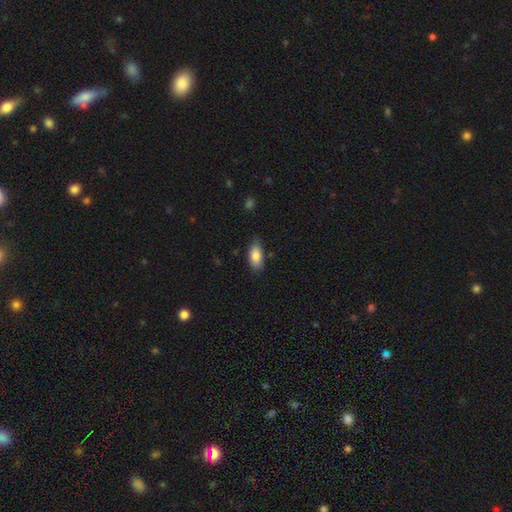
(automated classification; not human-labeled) This appears to be a smooth galaxy with no disk features (83%) that is in between round and cigar-shaped (90%). Merging: none (75%).